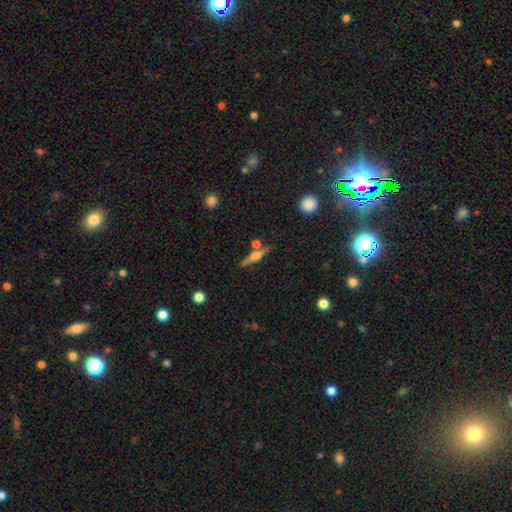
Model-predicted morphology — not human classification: featured or disk 65%, smooth 27%, star or artifact 9%. Down the decision tree: edge-on disk — yes (96%); edge-on bulge — rounded (82%); merging — none (75%).